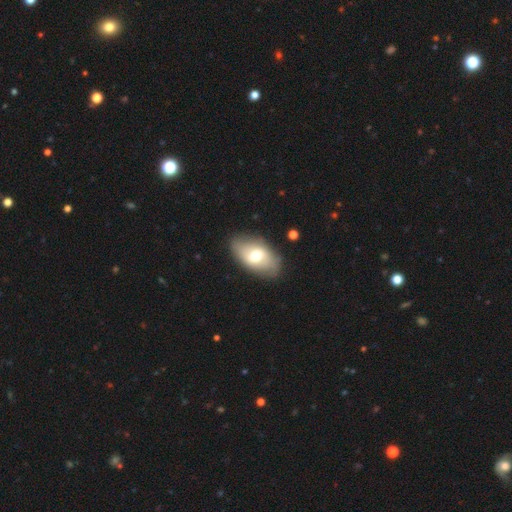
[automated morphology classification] Smooth or featured? Predicted: smooth (p=0.59). How rounded? Predicted: in between (p=0.91). Merging? Predicted: none (p=0.82).